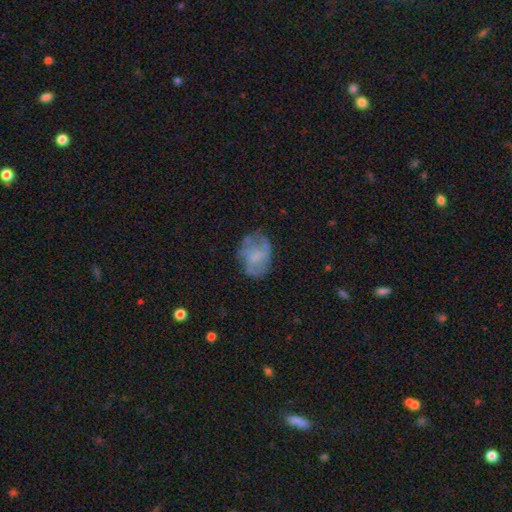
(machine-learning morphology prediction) This appears to be a featured or disk galaxy (53%) with no bar (64%), spiral arms (57%) and no central bulge (41%). Merging: none (56%).